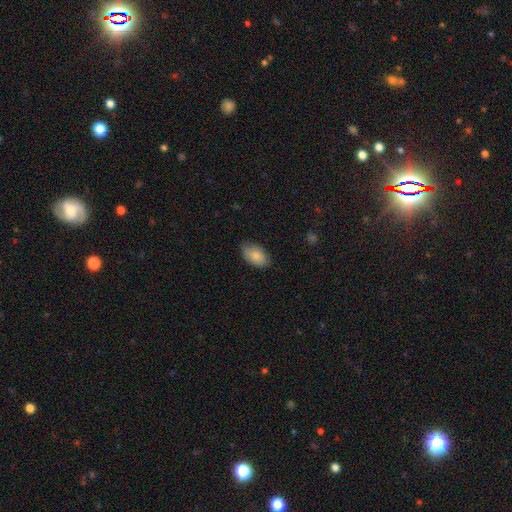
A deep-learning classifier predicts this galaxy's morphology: smooth-or-featured: smooth: 85% | featured or disk: 8% | star or artifact: 6%
  how-rounded: in between: 93% | round: 6% | cigar-shaped: 1%
  merging: none: 80% | minor disturbance: 17% | major disturbance: 3% | merger: 1%